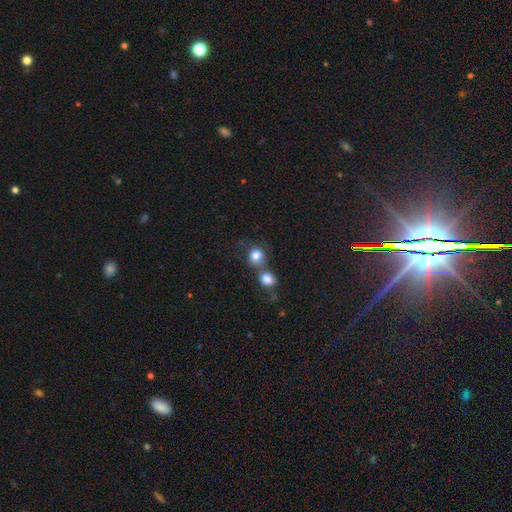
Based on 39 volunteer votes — Smooth or featured? smooth (87%)
How rounded? round (79%)
Merging? merger (53%)